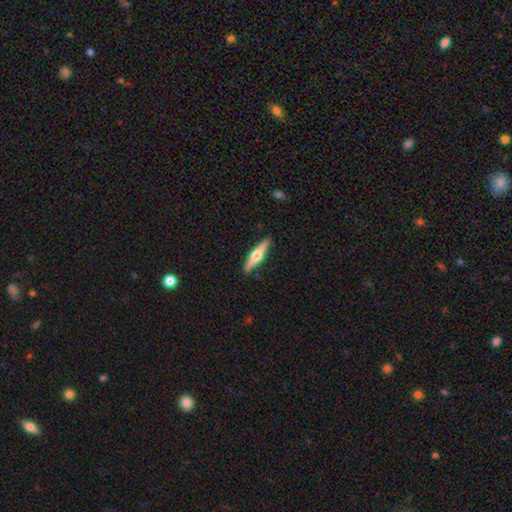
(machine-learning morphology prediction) Smooth or featured? Predicted: featured or disk (p=0.66). Edge-on disk? Predicted: yes (p=0.97). Edge-on bulge? Predicted: rounded (p=0.95). Merging? Predicted: none (p=0.91).